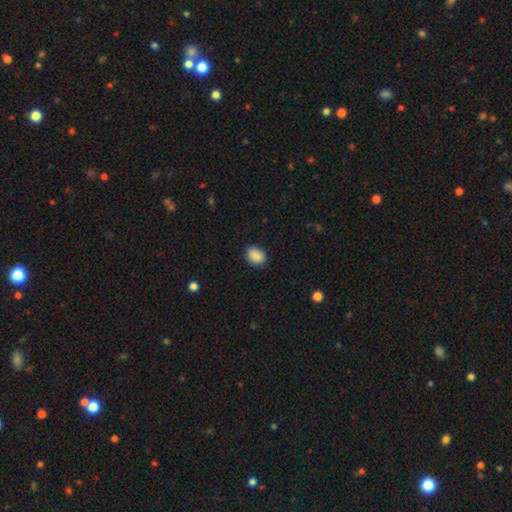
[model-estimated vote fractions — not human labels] A smooth galaxy with no disk features (89%) that is in between round and cigar-shaped (60%). Merging: none (87%).